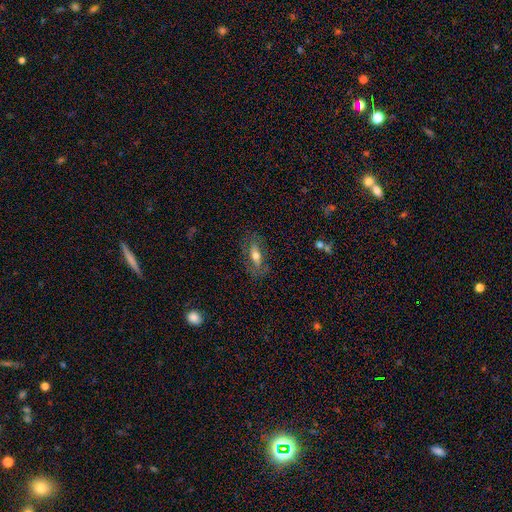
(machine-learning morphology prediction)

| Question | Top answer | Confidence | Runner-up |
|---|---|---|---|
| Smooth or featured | smooth | 51% | featured or disk (41%) |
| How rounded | in between | 70% | cigar-shaped (25%) |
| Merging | none | 75% | minor disturbance (15%) |